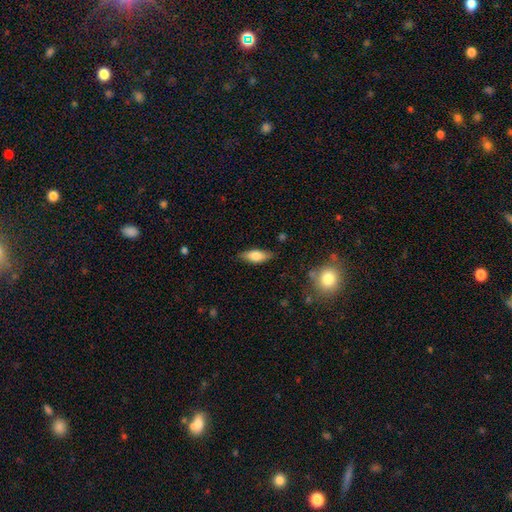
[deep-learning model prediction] The model was most divided on "how rounded": in between: 72%, cigar-shaped: 25%, round: 3%. More confident: merging — none (81%); smooth or featured — smooth (71%).